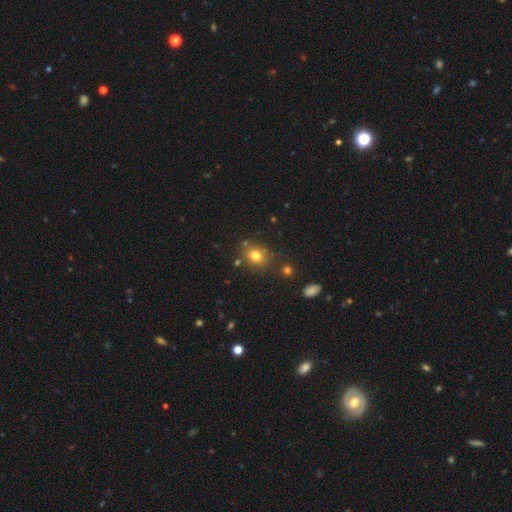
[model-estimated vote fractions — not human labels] Q: Smooth or featured?
A: smooth (78%); runner-up: star or artifact (14%)
Q: How rounded?
A: round (72%); runner-up: in between (27%)
Q: Merging?
A: none (77%); runner-up: minor disturbance (12%)